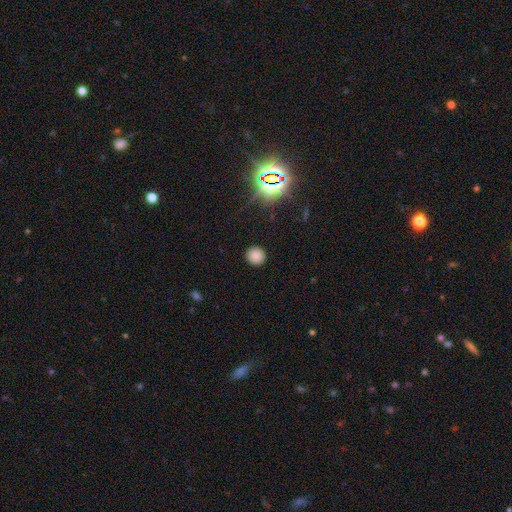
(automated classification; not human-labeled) A smooth galaxy with no disk features (80%) that is round (90%). Merging: none (91%).